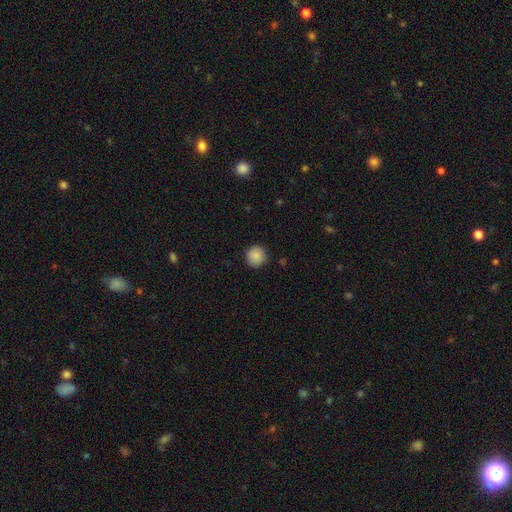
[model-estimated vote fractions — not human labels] A smooth galaxy with no disk features (88%) that is round (93%).

Vote fractions:
- Smooth or featured? smooth: 88% / star or artifact: 8% / featured or disk: 4%
- How rounded? round: 93% / in between: 6% / cigar-shaped: 1%
- Merging? none: 88% / minor disturbance: 9% / major disturbance: 2% / merger: 1%